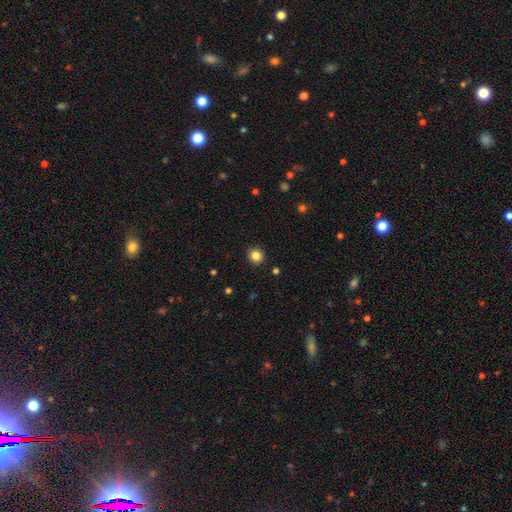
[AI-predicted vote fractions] A smooth galaxy with no disk features (84%) that is round (92%). Merging: none (93%).